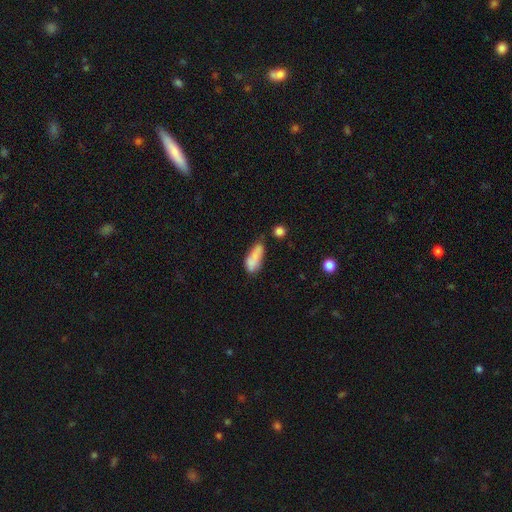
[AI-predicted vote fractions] Overall: smooth (75%). How rounded: in between (72%). Merging: none (37%; minor disturbance 31%).